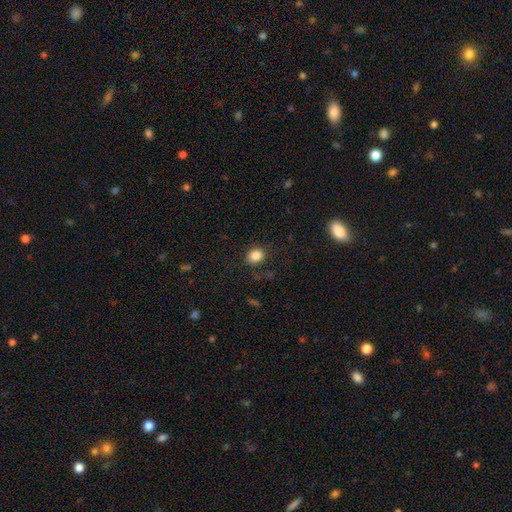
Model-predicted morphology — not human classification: smooth-or-featured: smooth: 83% | star or artifact: 11% | featured or disk: 6%
  how-rounded: round: 62% | in between: 37% | cigar-shaped: 1%
  merging: none: 83% | minor disturbance: 11% | major disturbance: 4% | merger: 2%